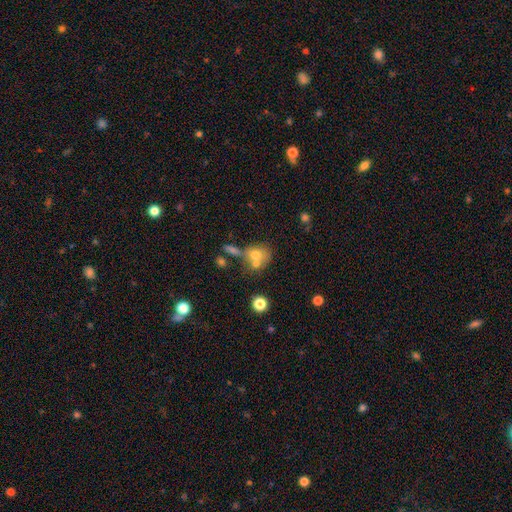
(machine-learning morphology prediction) This is likely a smooth galaxy (68%). How rounded: likely round (62%). Merging: possibly merger (47%).